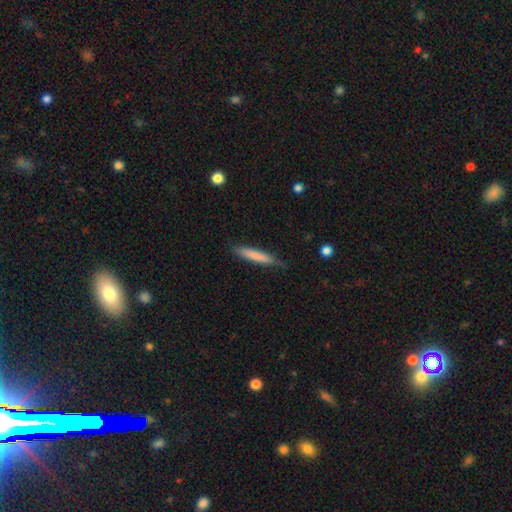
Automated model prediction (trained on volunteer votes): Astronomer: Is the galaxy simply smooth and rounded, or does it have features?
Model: smooth — 76%.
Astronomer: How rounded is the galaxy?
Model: cigar-shaped — 91%.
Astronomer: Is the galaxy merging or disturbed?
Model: none — 76%.